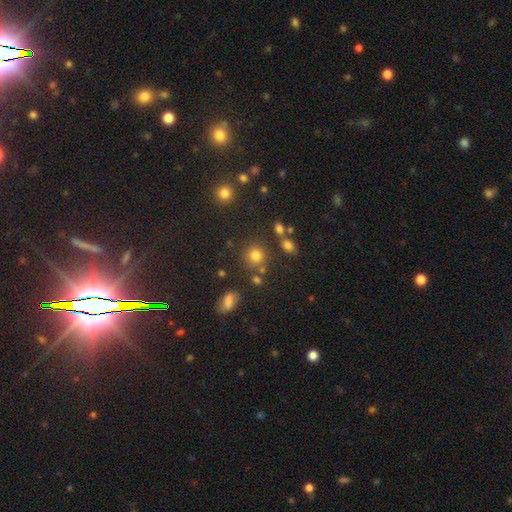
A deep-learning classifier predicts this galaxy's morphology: smooth-or-featured: smooth: 76% | star or artifact: 16% | featured or disk: 7%
  how-rounded: round: 85% | in between: 14% | cigar-shaped: 1%
  merging: none: 73% | merger: 12% | minor disturbance: 11% | major disturbance: 5%